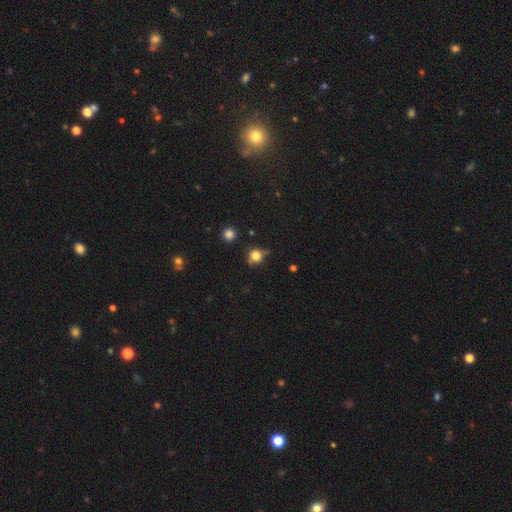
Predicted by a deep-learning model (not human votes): Smooth or featured: smooth — 74% (star or artifact — 16%)
How rounded: round — 86% (in between — 13%)
Merging: none — 65% (minor disturbance — 22%)